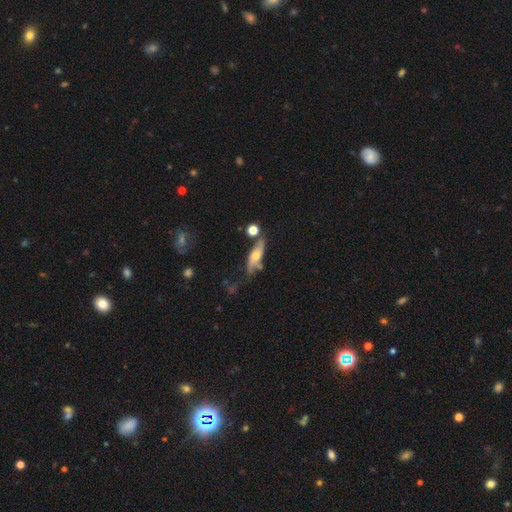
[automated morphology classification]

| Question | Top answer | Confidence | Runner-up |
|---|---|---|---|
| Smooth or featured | featured or disk | 51% | smooth (42%) |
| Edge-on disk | no | 61% | yes (39%) |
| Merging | none | 51% | minor disturbance (25%) |